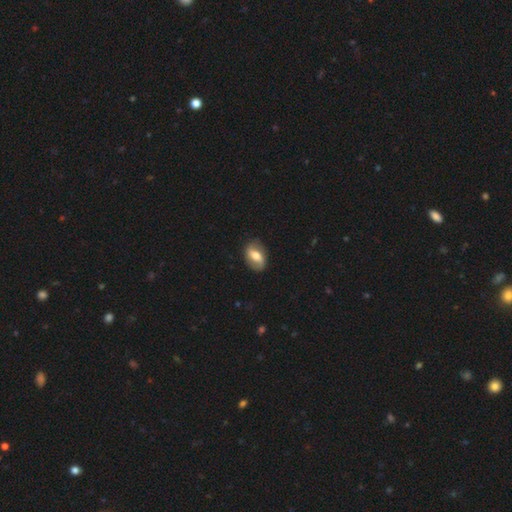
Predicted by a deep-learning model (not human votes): This appears to be a featured or disk galaxy (56%) with a weak bar (40%), spiral arms (77%) and a moderate central bulge (63%). Merging: none (81%).